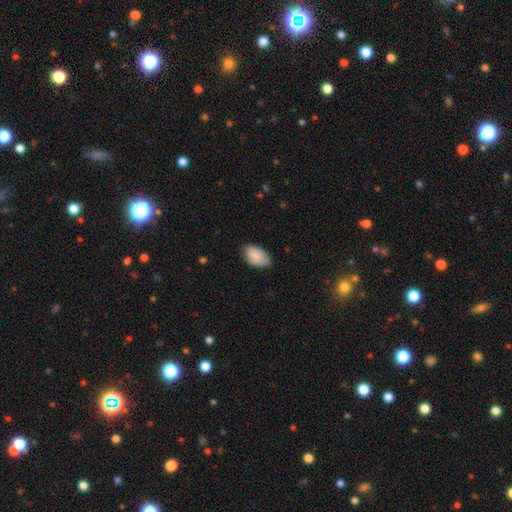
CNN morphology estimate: A smooth galaxy with no disk features (85%) that is in between round and cigar-shaped (93%).

Vote fractions:
- Smooth or featured? smooth: 85% / featured or disk: 9% / star or artifact: 6%
- How rounded? in between: 93% / round: 5% / cigar-shaped: 1%
- Merging? none: 70% / minor disturbance: 25% / major disturbance: 4% / merger: 1%